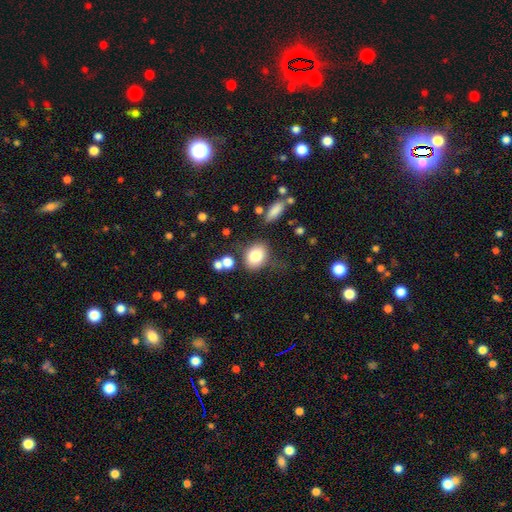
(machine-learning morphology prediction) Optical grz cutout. It shows a smooth galaxy with no disk features (80%) that is in between round and cigar-shaped (62%). Merging: none (68%).